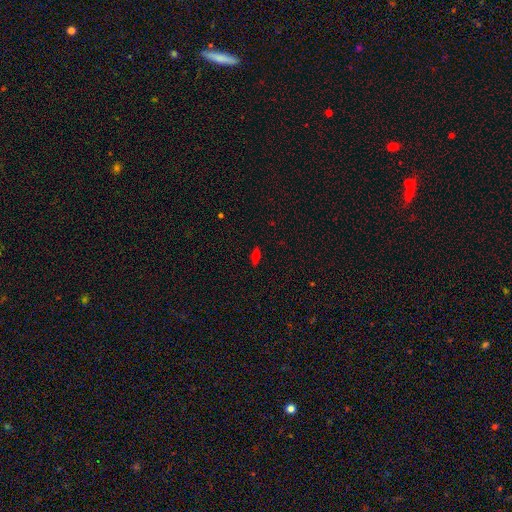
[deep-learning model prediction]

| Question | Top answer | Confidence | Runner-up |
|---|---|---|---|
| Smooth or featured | smooth | 64% | featured or disk (21%) |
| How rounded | in between | 64% | cigar-shaped (32%) |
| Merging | none | 87% | minor disturbance (10%) |